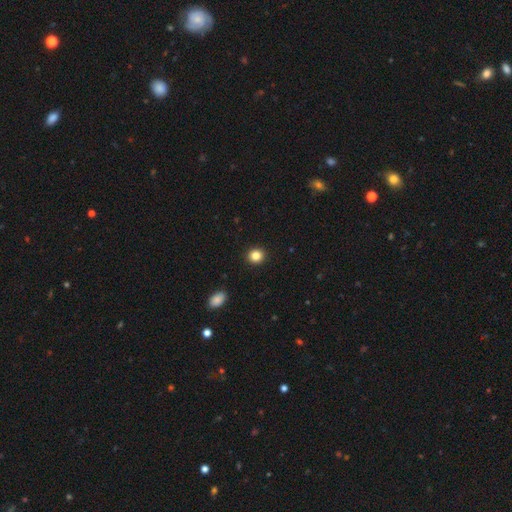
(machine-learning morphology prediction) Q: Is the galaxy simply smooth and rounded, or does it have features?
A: smooth — 85%.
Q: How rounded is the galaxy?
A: round — 85%.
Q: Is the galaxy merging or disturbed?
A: none — 92%.